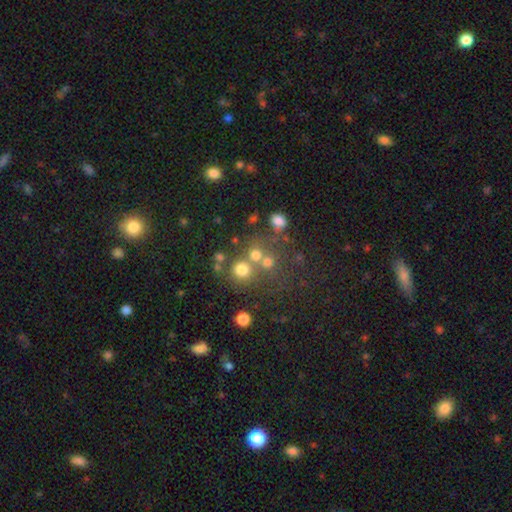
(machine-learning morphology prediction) Smooth or featured?
  - smooth: 62% *
  - star or artifact: 23%
  - featured or disk: 15%
How rounded?
  - round: 87% *
  - in between: 12%
  - cigar-shaped: 1%
Merging?
  - none: 55% *
  - merger: 33%
  - minor disturbance: 8%
  - major disturbance: 5%